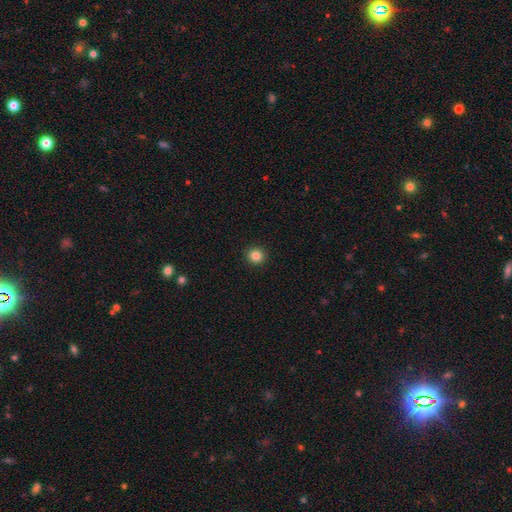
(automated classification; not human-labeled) smooth_or_featured: smooth (p=0.84) [alt: star or artifact p=0.11]
how_rounded: round (p=0.91) [alt: in between p=0.08]
merging: none (p=0.93) [alt: minor disturbance p=0.04]